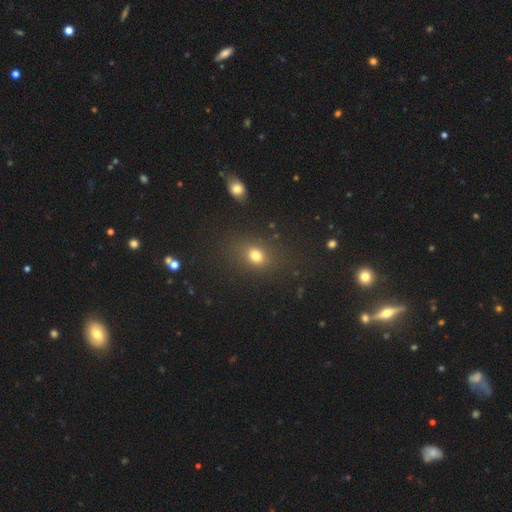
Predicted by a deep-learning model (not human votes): This is likely a smooth galaxy (76%). How rounded: possibly in between (54%). Merging: likely none (80%).